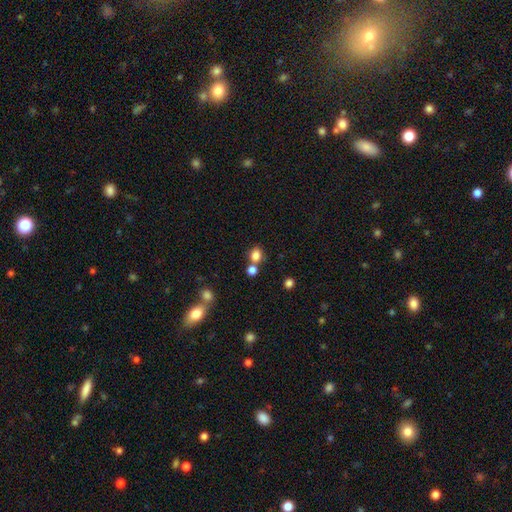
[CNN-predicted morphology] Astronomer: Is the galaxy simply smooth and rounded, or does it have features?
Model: smooth — 82%.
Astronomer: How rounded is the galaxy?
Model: round — 60% (runner-up: in between, 39%).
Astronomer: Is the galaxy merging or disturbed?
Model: none — 59%.